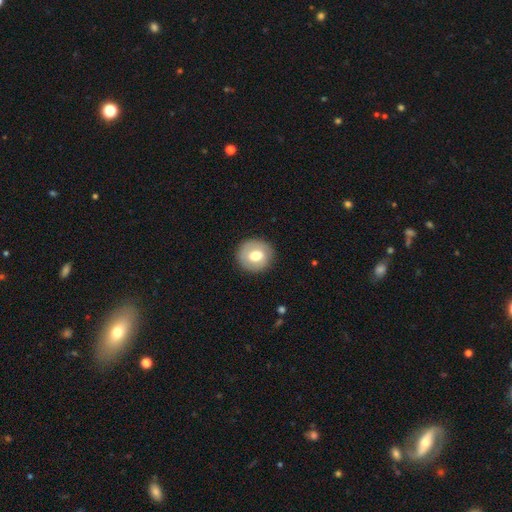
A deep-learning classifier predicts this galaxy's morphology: The model was most divided on "smooth or featured": smooth: 64%, featured or disk: 29%, star or artifact: 7%. More confident: merging — none (87%); how rounded — round (86%).